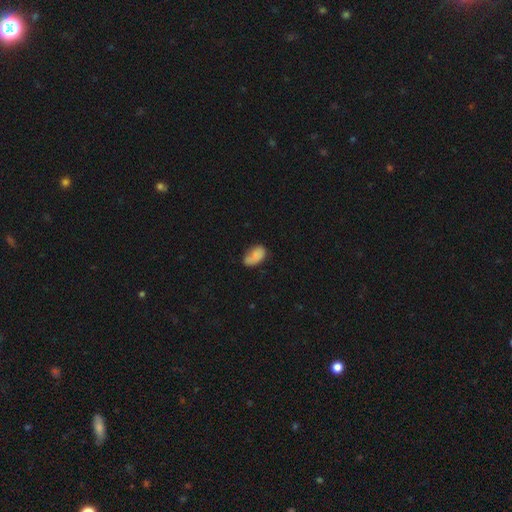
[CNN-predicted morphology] Overall: smooth (80%). How rounded: in between (92%). Merging: none (50%; minor disturbance 32%).